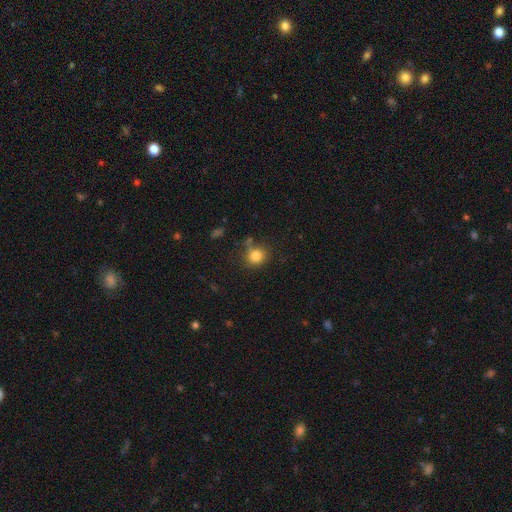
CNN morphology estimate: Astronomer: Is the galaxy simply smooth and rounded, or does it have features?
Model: smooth — 82%.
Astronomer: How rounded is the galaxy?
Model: round — 81%.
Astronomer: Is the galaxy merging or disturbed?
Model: none — 69%.